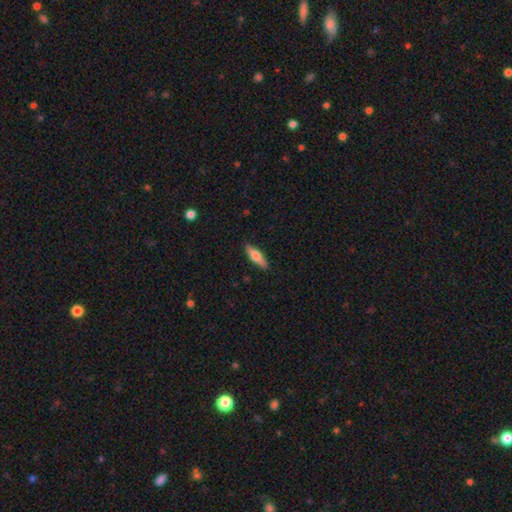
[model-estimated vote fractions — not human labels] A smooth galaxy with no disk features (59%) that is cigar-shaped (58%).

Vote fractions:
- Smooth or featured? smooth: 59% / featured or disk: 35% / star or artifact: 6%
- How rounded? cigar-shaped: 58% / in between: 39% / round: 2%
- Merging? none: 89% / minor disturbance: 8% / major disturbance: 2% / merger: 1%